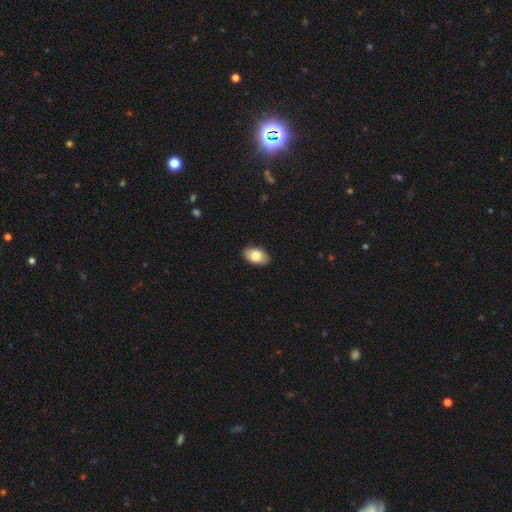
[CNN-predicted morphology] Smooth or featured: smooth — 82% (featured or disk — 12%)
How rounded: in between — 93% (round — 5%)
Merging: none — 89% (minor disturbance — 8%)